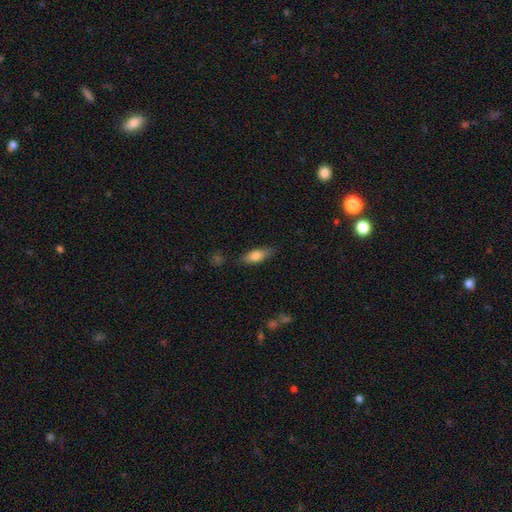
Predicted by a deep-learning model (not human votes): A smooth galaxy with no disk features (74%) that is in between round and cigar-shaped (66%).

Vote fractions:
- Smooth or featured? smooth: 74% / featured or disk: 19% / star or artifact: 7%
- How rounded? in between: 66% / cigar-shaped: 31% / round: 3%
- Merging? none: 82% / minor disturbance: 13% / major disturbance: 3% / merger: 2%